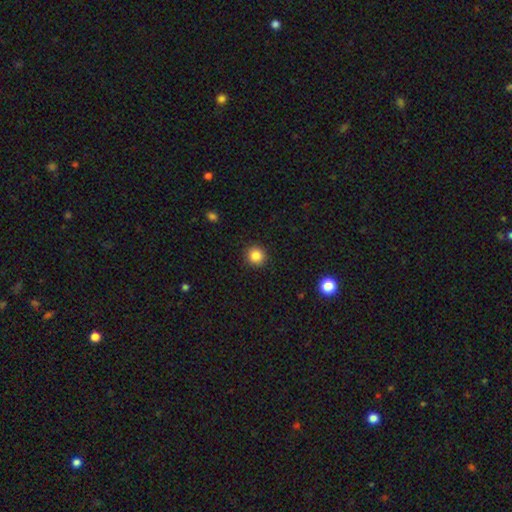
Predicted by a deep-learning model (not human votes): This is clearly a smooth galaxy (85%). How rounded: clearly round (94%). Merging: clearly none (92%).